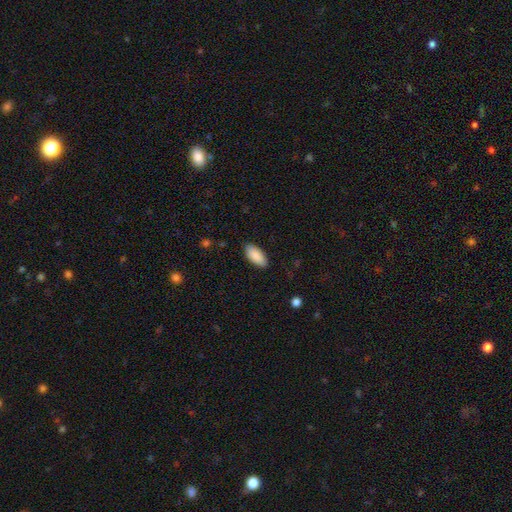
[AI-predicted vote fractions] A smooth galaxy with no disk features (89%) that is in between round and cigar-shaped (91%).

Vote fractions:
- Smooth or featured? smooth: 89% / star or artifact: 6% / featured or disk: 5%
- How rounded? in between: 91% / cigar-shaped: 7% / round: 2%
- Merging? none: 87% / minor disturbance: 10% / major disturbance: 2% / merger: 1%